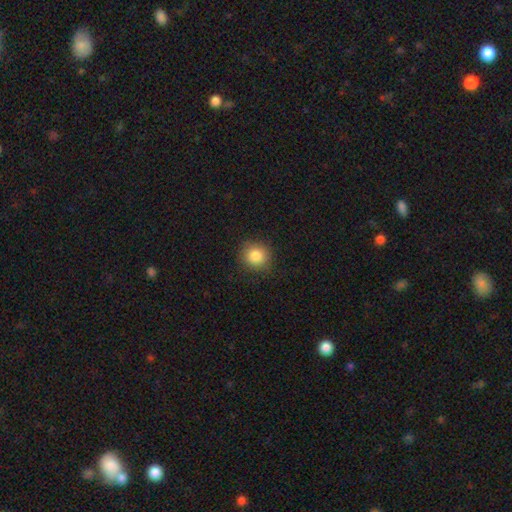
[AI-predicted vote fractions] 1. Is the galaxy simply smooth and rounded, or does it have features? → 85% smooth, 10% star or artifact, 5% featured or disk.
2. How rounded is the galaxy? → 89% round, 10% in between, 1% cigar-shaped.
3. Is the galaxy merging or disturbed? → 88% none, 8% minor disturbance, 2% major disturbance, 1% merger.